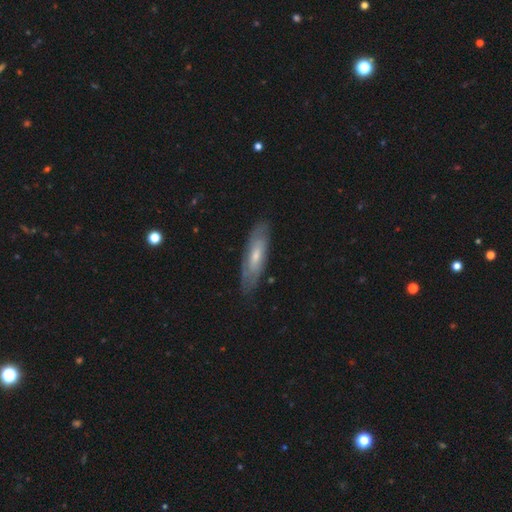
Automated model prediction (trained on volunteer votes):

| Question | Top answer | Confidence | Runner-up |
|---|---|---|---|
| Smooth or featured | featured or disk | 54% | smooth (39%) |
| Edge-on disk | no | 61% | yes (39%) |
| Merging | none | 81% | minor disturbance (15%) |